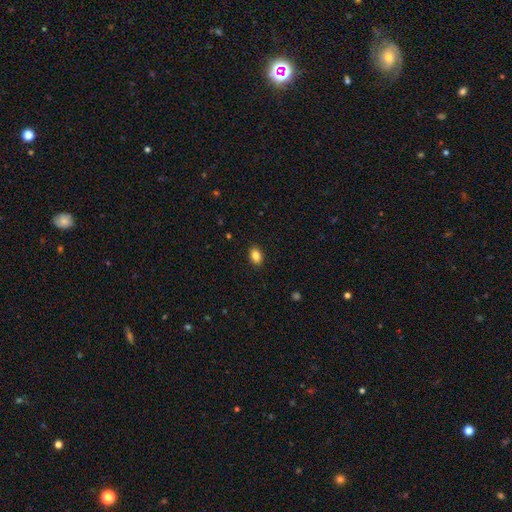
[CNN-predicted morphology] Q: Smooth or featured?
A: smooth (85%); runner-up: star or artifact (9%)
Q: How rounded?
A: in between (82%); runner-up: round (17%)
Q: Merging?
A: none (89%); runner-up: minor disturbance (8%)